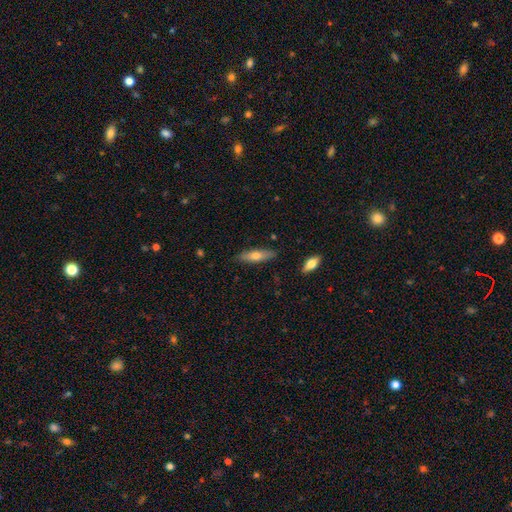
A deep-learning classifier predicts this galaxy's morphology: Overall: smooth (60%; featured or disk 34%). How rounded: cigar-shaped (68%; in between 30%). Merging: none (85%).